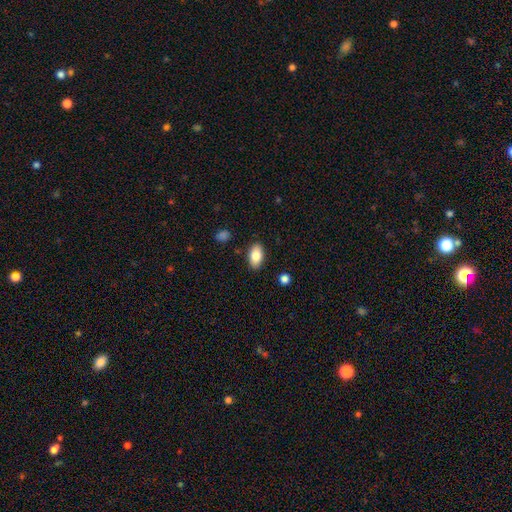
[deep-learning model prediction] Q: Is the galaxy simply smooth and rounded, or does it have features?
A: smooth — 84%.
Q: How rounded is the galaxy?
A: in between — 93%.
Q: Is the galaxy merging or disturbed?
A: none — 88%.